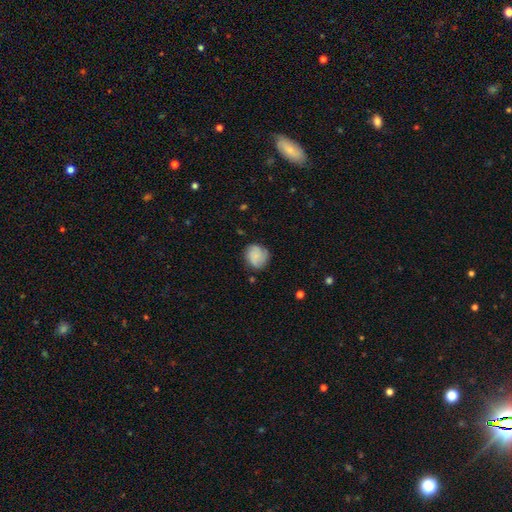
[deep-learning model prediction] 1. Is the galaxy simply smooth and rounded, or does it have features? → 70% smooth, 22% featured or disk, 8% star or artifact.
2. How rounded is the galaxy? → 73% round, 26% in between, 1% cigar-shaped.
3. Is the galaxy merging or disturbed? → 71% none, 21% minor disturbance, 6% major disturbance, 2% merger.